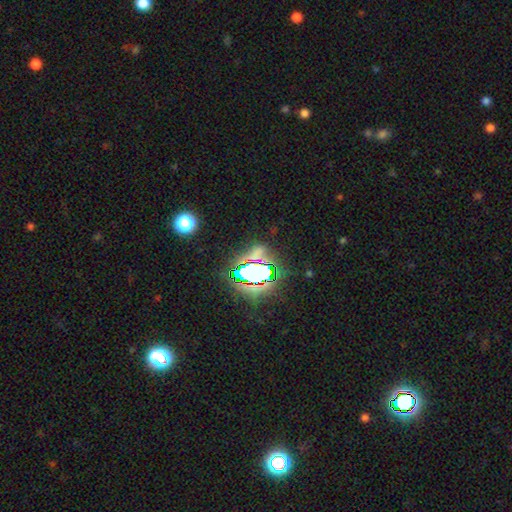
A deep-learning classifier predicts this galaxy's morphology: Smooth or featured?
  - star or artifact: 68% *
  - smooth: 21%
  - featured or disk: 11%